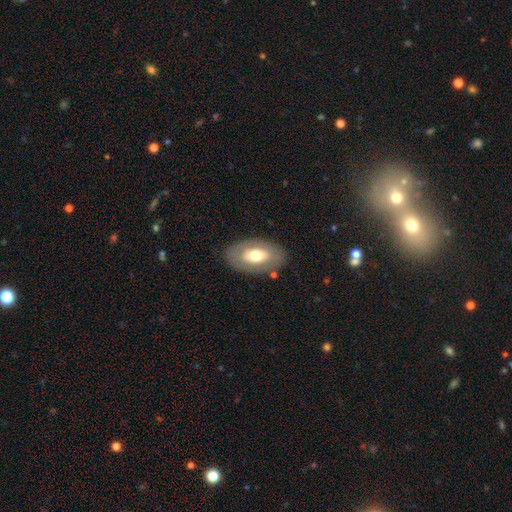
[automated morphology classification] type=smooth (52%); roundness=in between (91%); merging=none (81%).